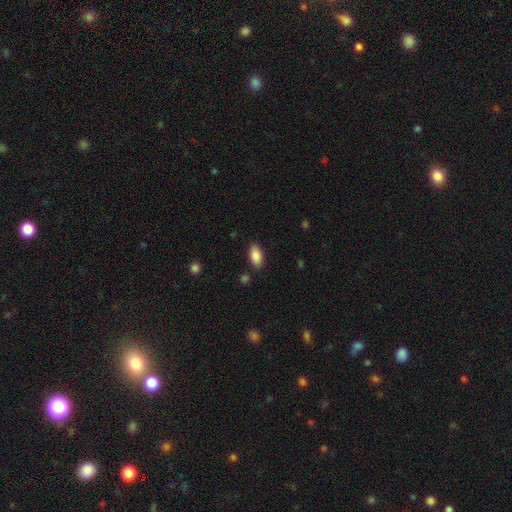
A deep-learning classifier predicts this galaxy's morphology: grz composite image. It shows a smooth galaxy with no disk features (87%) that is in between round and cigar-shaped (92%). Merging: none (86%).